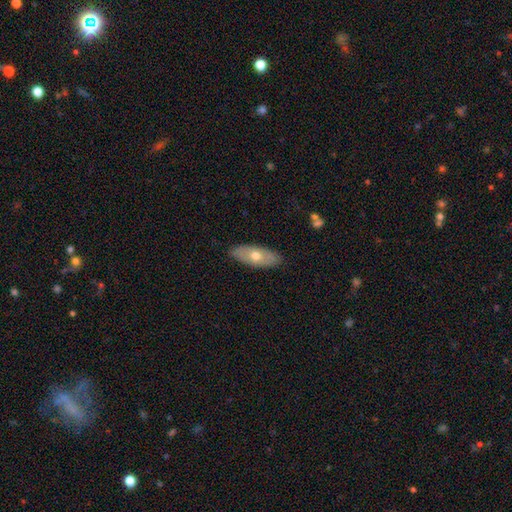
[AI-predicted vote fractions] smooth 58%, featured or disk 36%, star or artifact 6%. Down the decision tree: how rounded — in between (78%); merging — none (88%).